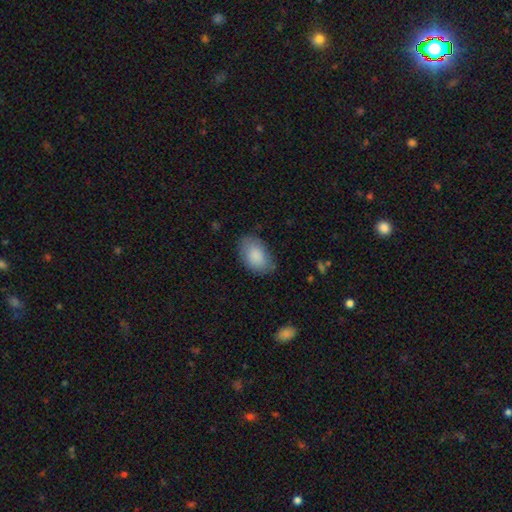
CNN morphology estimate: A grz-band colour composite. It shows a smooth galaxy with no disk features (87%) that is in between round and cigar-shaped (91%). Merging: none (75%).